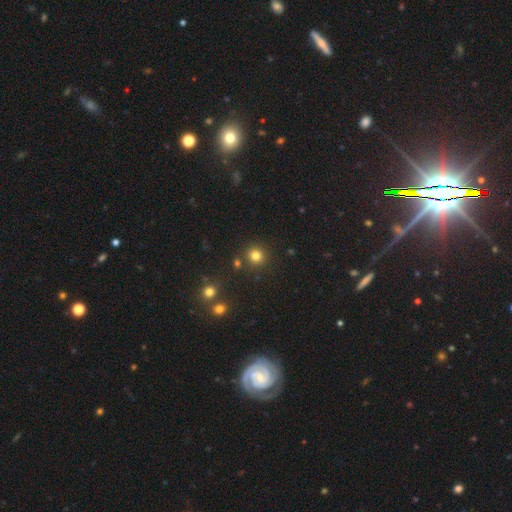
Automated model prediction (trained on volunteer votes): A smooth galaxy with no disk features (80%) that is round (92%).

Vote fractions:
- Smooth or featured? smooth: 80% / star or artifact: 15% / featured or disk: 5%
- How rounded? round: 92% / in between: 7% / cigar-shaped: 1%
- Merging? none: 85% / minor disturbance: 7% / merger: 6% / major disturbance: 3%